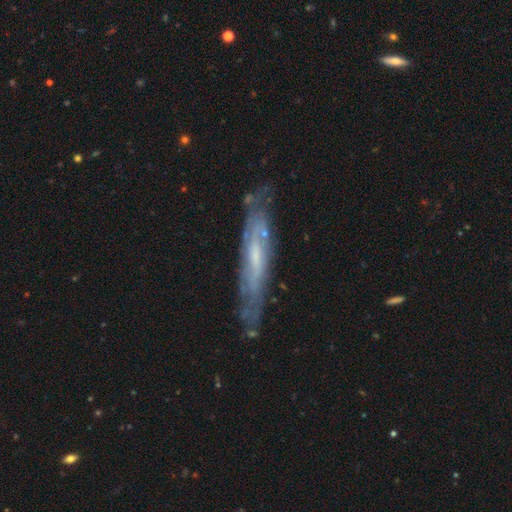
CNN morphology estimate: type=featured or disk (68%); edge-on=yes (57%); merging=none (72%).